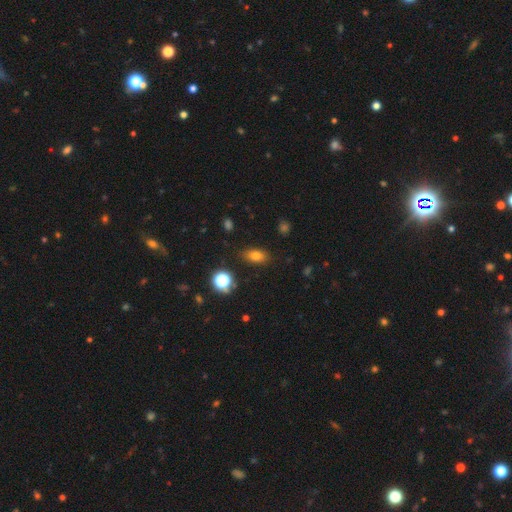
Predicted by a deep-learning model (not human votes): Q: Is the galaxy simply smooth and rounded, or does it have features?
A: smooth — 75%.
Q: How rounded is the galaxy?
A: in between — 81%.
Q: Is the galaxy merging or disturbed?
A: none — 84%.